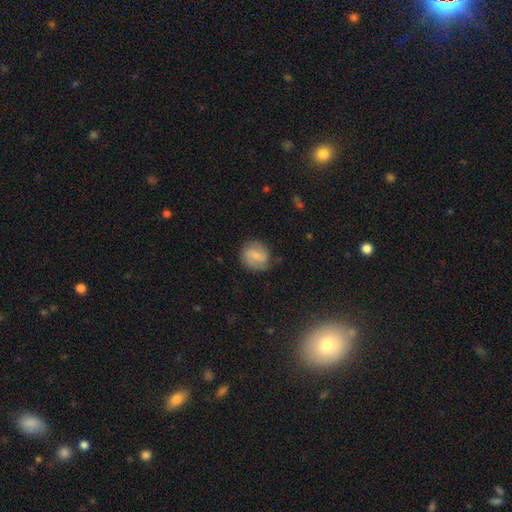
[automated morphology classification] Smooth or featured? featured or disk (47%)
Merging? none (76%)